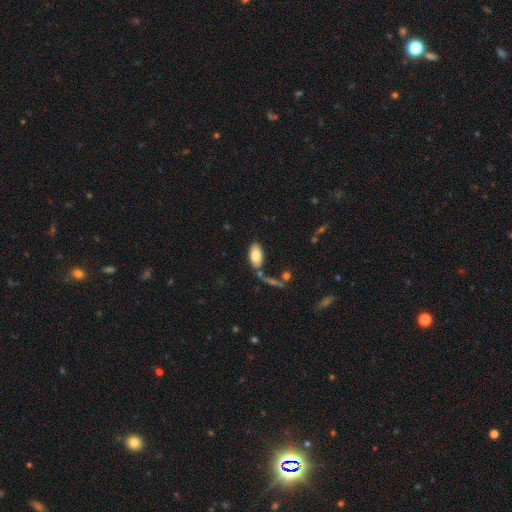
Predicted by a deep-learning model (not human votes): This is clearly a smooth galaxy (82%). How rounded: clearly in between (94%). Merging: likely none (69%).